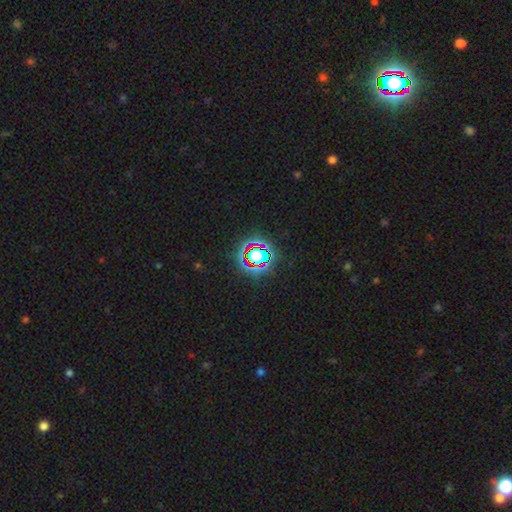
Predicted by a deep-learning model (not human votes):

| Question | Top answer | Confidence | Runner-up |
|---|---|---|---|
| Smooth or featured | star or artifact | 68% | smooth (19%) |